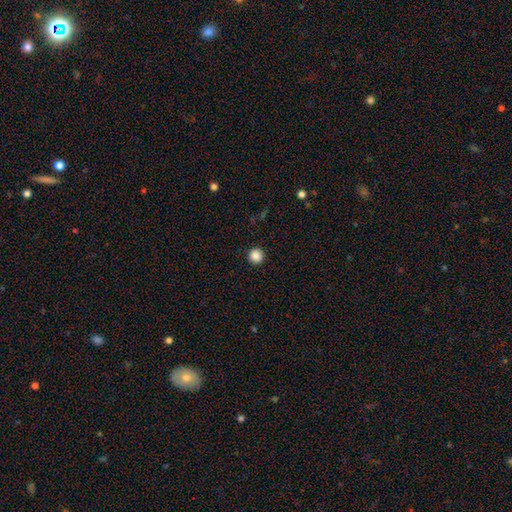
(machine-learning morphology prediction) A smooth galaxy with no disk features (87%) that is round (96%). Merging: none (93%).